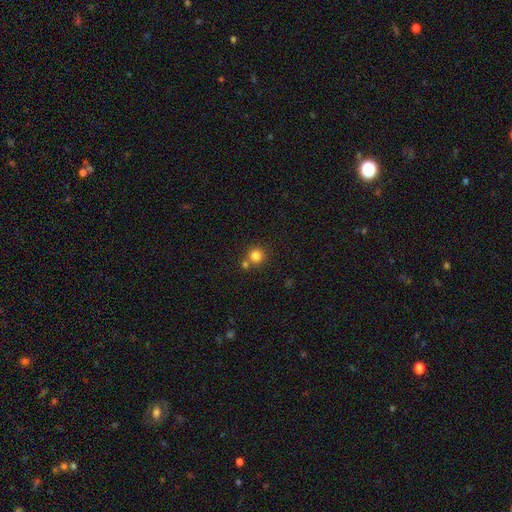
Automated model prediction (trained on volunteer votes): smooth-or-featured: smooth: 82% | star or artifact: 12% | featured or disk: 6%
  how-rounded: round: 93% | in between: 6% | cigar-shaped: 1%
  merging: none: 66% | merger: 24% | minor disturbance: 8% | major disturbance: 3%